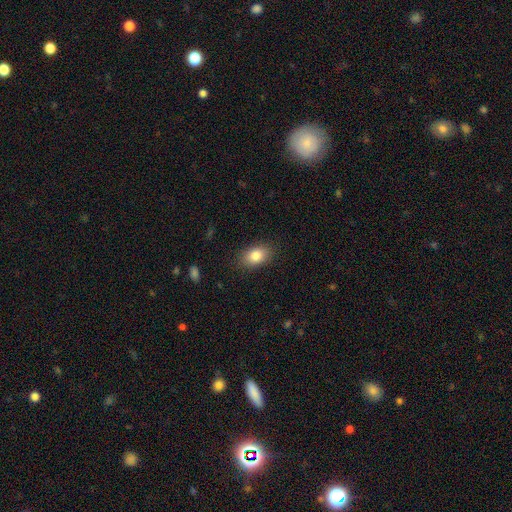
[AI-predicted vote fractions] smooth_or_featured: smooth (p=0.83) [alt: featured or disk p=0.09]
how_rounded: in between (p=0.84) [alt: round p=0.14]
merging: none (p=0.86) [alt: minor disturbance p=0.10]